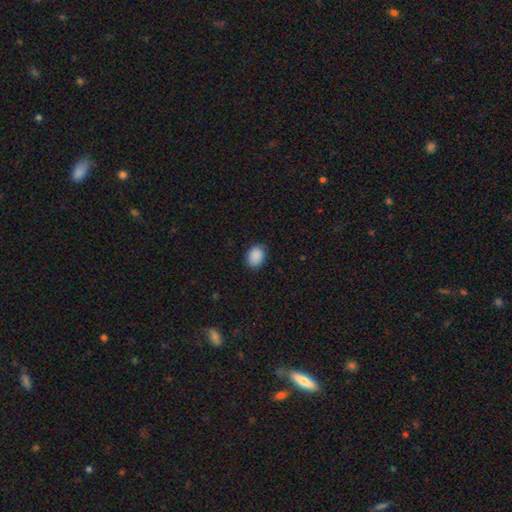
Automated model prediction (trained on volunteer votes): Smooth or featured?
  - smooth: 89% *
  - star or artifact: 8%
  - featured or disk: 3%
How rounded?
  - in between: 66% *
  - round: 33%
  - cigar-shaped: 1%
Merging?
  - none: 84% *
  - minor disturbance: 12%
  - major disturbance: 3%
  - merger: 1%